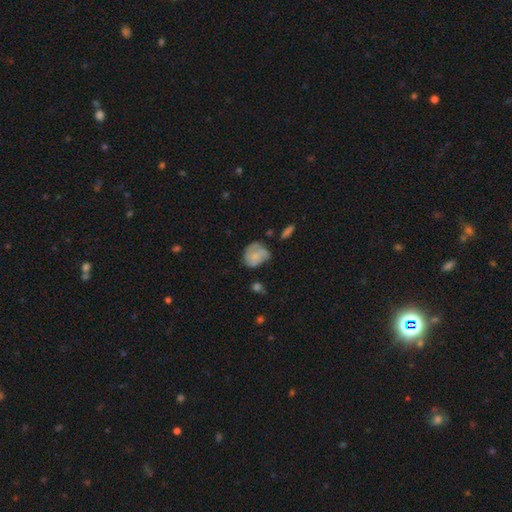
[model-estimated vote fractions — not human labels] Smooth or featured: smooth — 61% (featured or disk — 31%)
How rounded: round — 59% (in between — 40%)
Merging: none — 43% (minor disturbance — 35%)